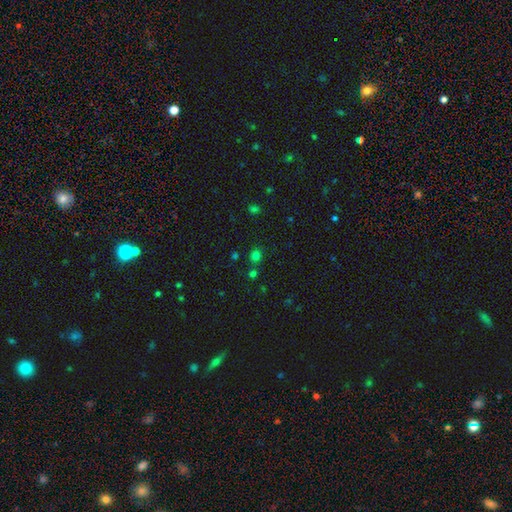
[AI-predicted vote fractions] smooth 69%, star or artifact 26%, featured or disk 5%. Down the decision tree: how rounded — round (85%); merging — none (79%).